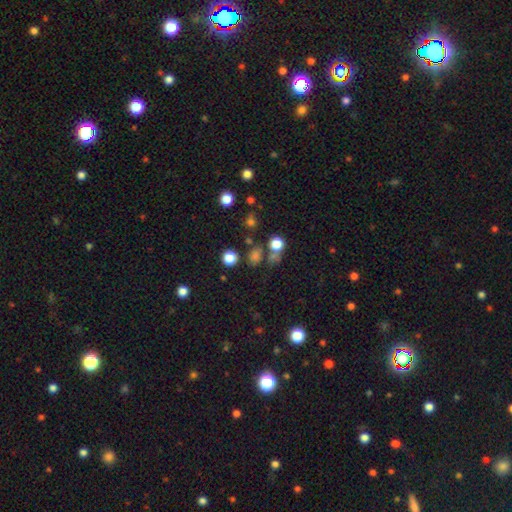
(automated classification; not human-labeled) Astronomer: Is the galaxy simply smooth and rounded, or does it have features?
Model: smooth — 56% (runner-up: star or artifact, 35%).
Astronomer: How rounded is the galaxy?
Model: round — 76%.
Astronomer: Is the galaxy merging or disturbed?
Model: none — 65%.